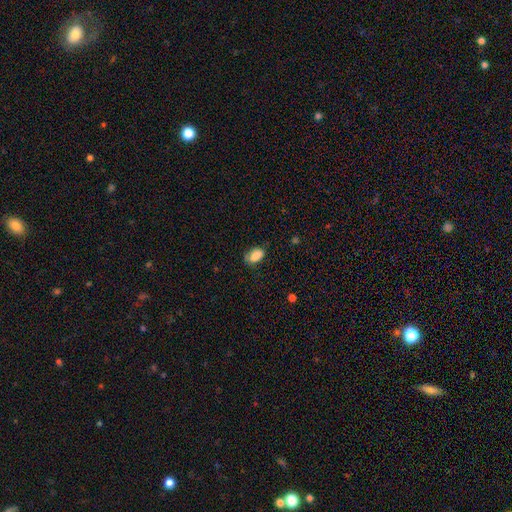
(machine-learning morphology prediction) Overall: smooth (84%). How rounded: in between (90%). Merging: none (67%).